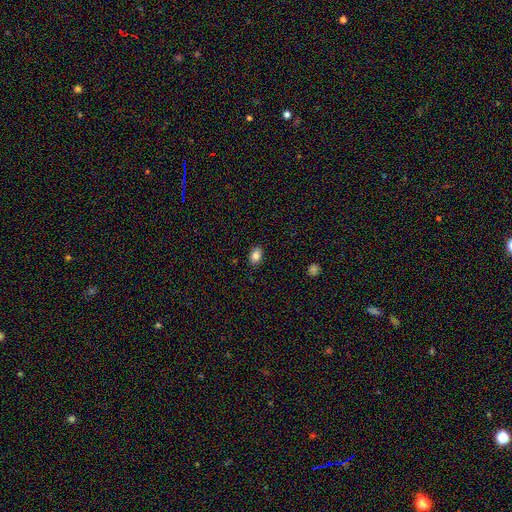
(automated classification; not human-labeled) Smooth or featured: smooth — 84% (star or artifact — 9%)
How rounded: in between — 80% (round — 19%)
Merging: none — 87% (minor disturbance — 10%)